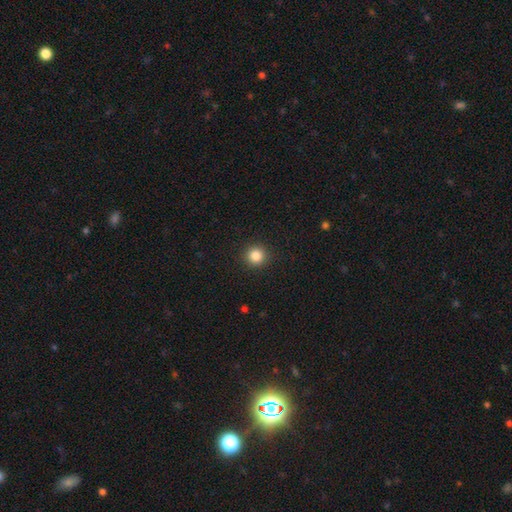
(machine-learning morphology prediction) A smooth galaxy with no disk features (84%) that is round (95%).

Vote fractions:
- Smooth or featured? smooth: 84% / star or artifact: 11% / featured or disk: 4%
- How rounded? round: 95% / in between: 5% / cigar-shaped: 1%
- Merging? none: 92% / minor disturbance: 5% / major disturbance: 2% / merger: 1%